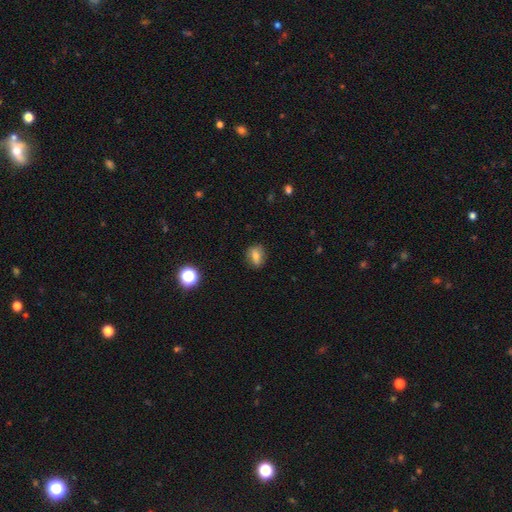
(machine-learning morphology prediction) Q: Smooth or featured?
A: smooth (70%); runner-up: featured or disk (17%)
Q: How rounded?
A: in between (56%); runner-up: round (41%)
Q: Merging?
A: none (80%); runner-up: minor disturbance (15%)